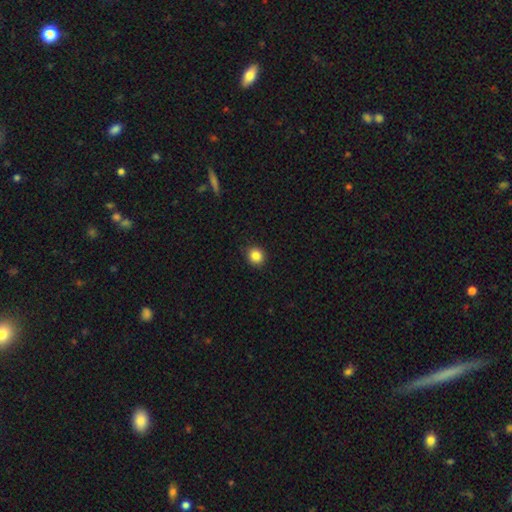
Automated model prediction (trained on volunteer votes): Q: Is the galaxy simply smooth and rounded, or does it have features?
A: smooth — 85%.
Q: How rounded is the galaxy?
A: round — 88%.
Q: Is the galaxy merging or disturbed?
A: none — 90%.